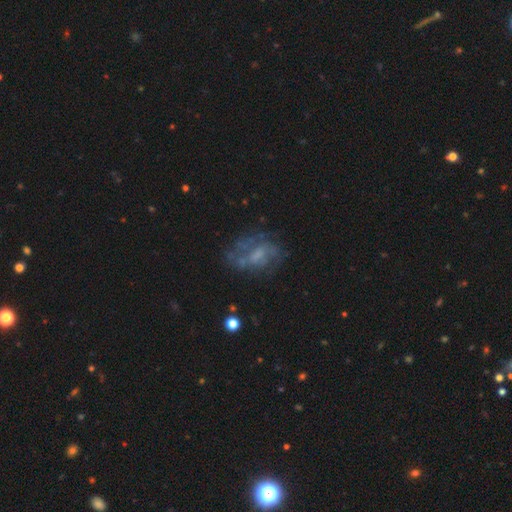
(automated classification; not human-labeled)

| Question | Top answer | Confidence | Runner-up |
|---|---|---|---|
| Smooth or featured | featured or disk | 61% | smooth (26%) |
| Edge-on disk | no | 95% | yes (5%) |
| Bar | no | 54% | weak (37%) |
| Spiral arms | yes | 56% | no (44%) |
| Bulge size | none | 35% | small (30%) |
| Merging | none | 53% | major disturbance (22%) |